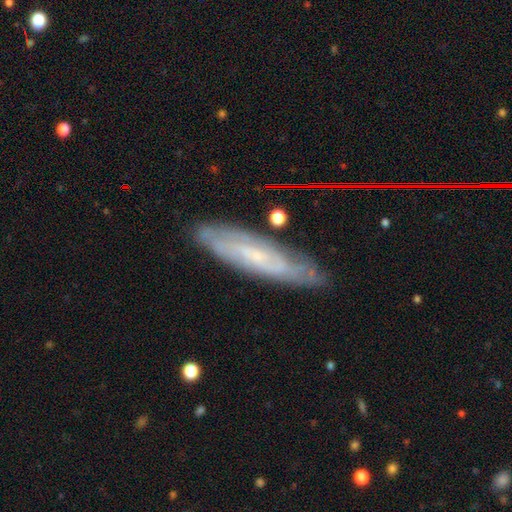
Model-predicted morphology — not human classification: Smooth or featured?
  - featured or disk: 65% *
  - smooth: 27%
  - star or artifact: 8%
Edge-on disk?
  - no: 67% *
  - yes: 33%
Merging?
  - none: 81% *
  - minor disturbance: 14%
  - major disturbance: 3%
  - merger: 2%